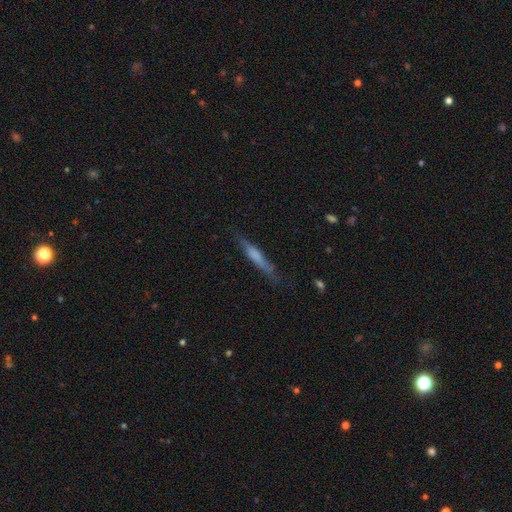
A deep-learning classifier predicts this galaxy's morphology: smooth_or_featured: smooth (p=0.55) [alt: featured or disk p=0.38]
how_rounded: cigar-shaped (p=0.92) [alt: in between p=0.07]
merging: none (p=0.70) [alt: minor disturbance p=0.21]